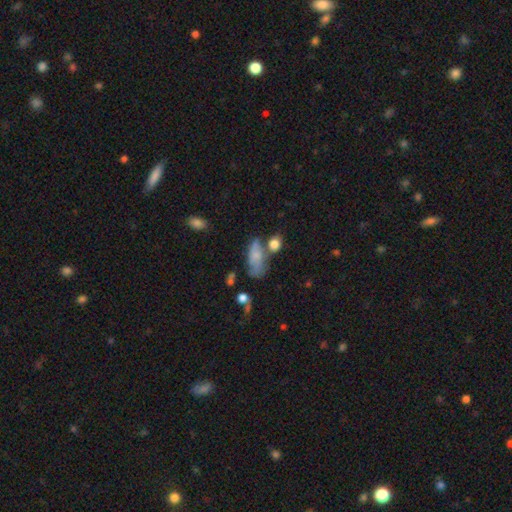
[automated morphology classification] A smooth galaxy with no disk features (63%) that is in between round and cigar-shaped (79%).

Vote fractions:
- Smooth or featured? smooth: 63% / featured or disk: 26% / star or artifact: 11%
- How rounded? in between: 79% / cigar-shaped: 12% / round: 9%
- Merging? none: 40% / minor disturbance: 25% / merger: 21% / major disturbance: 15%